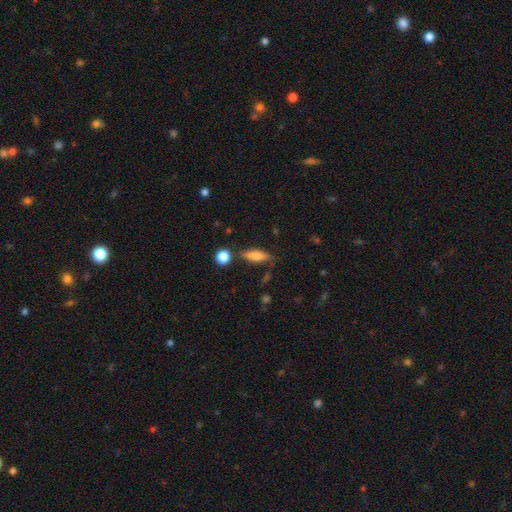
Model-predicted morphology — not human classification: Smooth or featured: smooth — 68% (featured or disk — 24%)
How rounded: cigar-shaped — 51% (in between — 45%)
Merging: none — 73% (minor disturbance — 17%)